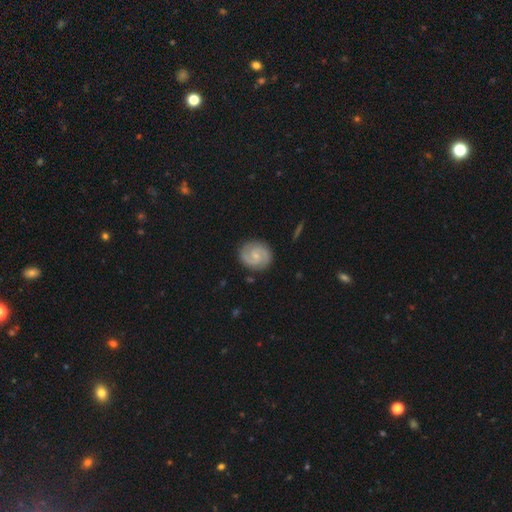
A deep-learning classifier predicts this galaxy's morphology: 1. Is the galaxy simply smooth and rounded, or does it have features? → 84% featured or disk, 11% smooth, 5% star or artifact.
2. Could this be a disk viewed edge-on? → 98% no, 2% yes.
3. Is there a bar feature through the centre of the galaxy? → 48% no, 44% weak, 8% strong.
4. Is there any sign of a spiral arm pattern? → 97% yes, 3% no.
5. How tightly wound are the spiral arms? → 46% tight, 45% medium, 9% loose.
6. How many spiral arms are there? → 92% 2, 3% can't tell, 2% 3, 1% 1, 1% 4, 1% more than 4.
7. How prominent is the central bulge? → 64% small, 24% moderate, 10% none, 1% large, 1% dominant.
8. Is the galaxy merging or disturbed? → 87% none, 10% minor disturbance, 2% major disturbance, 1% merger.